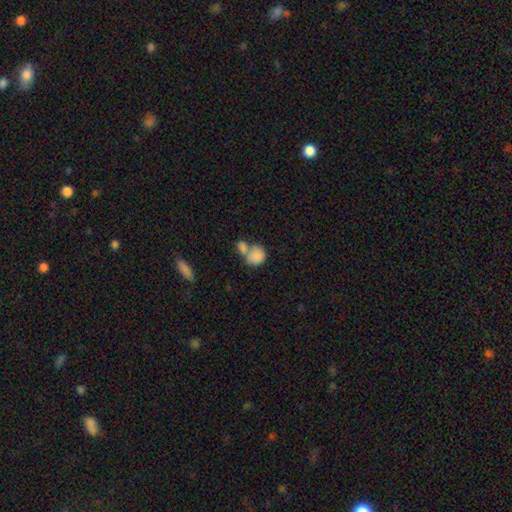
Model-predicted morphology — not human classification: Smooth or featured? Predicted: smooth (p=0.83). How rounded? Predicted: round (p=0.57). Merging? Predicted: merger (p=0.57).